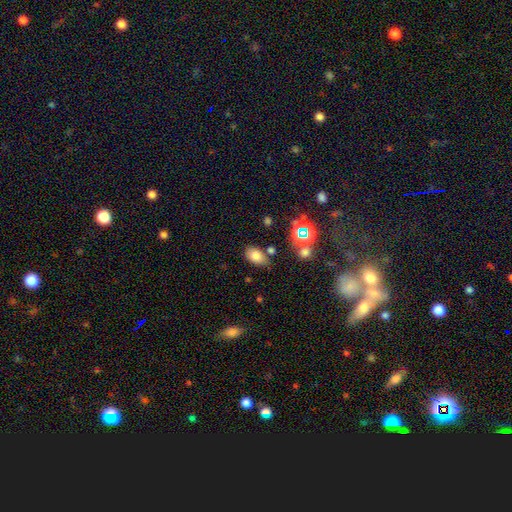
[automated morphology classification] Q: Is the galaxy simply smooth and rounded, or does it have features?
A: smooth — 77%.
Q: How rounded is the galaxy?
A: in between — 86%.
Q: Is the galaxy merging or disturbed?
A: none — 68%.